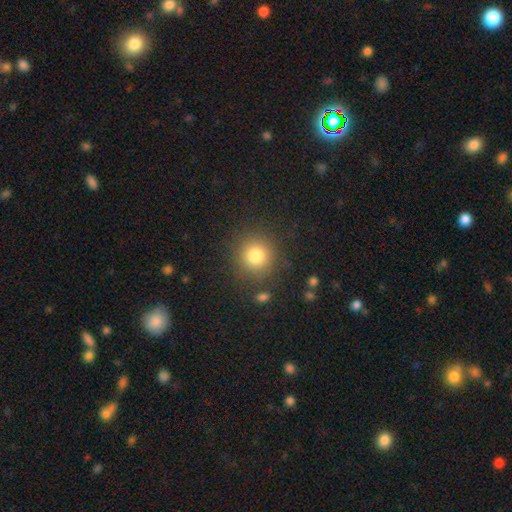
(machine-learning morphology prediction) smooth_or_featured: smooth (p=0.80) [alt: star or artifact p=0.12]
how_rounded: round (p=0.92) [alt: in between p=0.07]
merging: none (p=0.86) [alt: minor disturbance p=0.08]